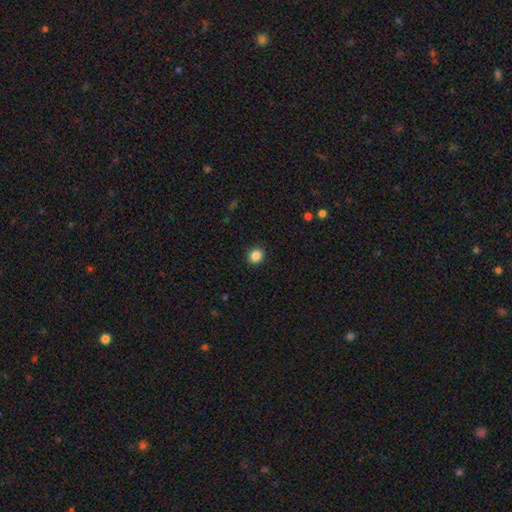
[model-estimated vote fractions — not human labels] smooth-or-featured: smooth: 86% | star or artifact: 10% | featured or disk: 3%
  how-rounded: round: 76% | in between: 23% | cigar-shaped: 1%
  merging: none: 91% | minor disturbance: 6% | major disturbance: 2% | merger: 1%